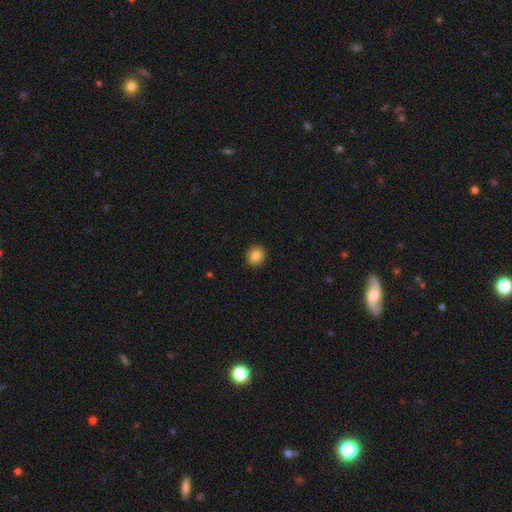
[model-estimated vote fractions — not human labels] smooth 83%, star or artifact 9%, featured or disk 8%. Down the decision tree: how rounded — round (82%); merging — none (92%).